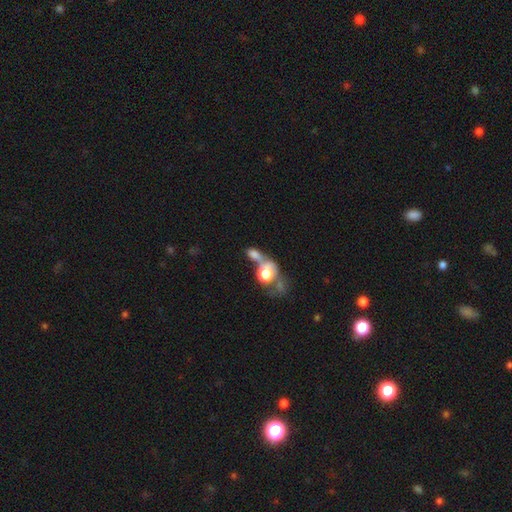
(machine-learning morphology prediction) Smooth or featured: smooth — 57% (featured or disk — 26%)
How rounded: in between — 51% (round — 45%)
Merging: merger — 59% (none — 20%)